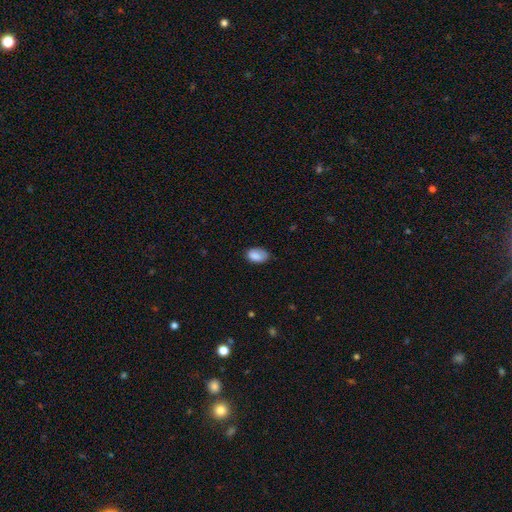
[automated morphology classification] Smooth or featured: smooth — 87% (star or artifact — 8%)
How rounded: in between — 88% (round — 10%)
Merging: none — 71% (minor disturbance — 24%)